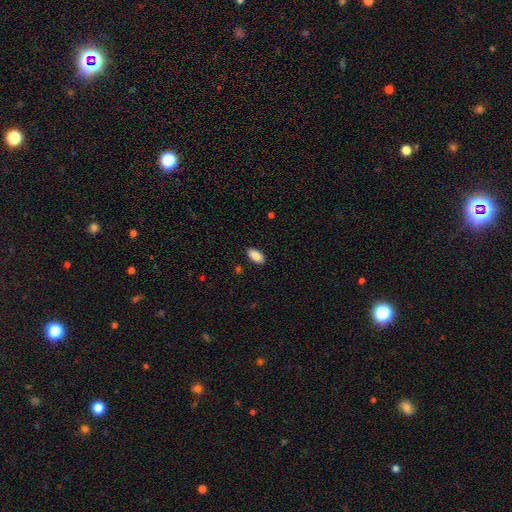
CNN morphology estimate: Smooth or featured?
  - smooth: 89% *
  - star or artifact: 7%
  - featured or disk: 4%
How rounded?
  - in between: 93% *
  - cigar-shaped: 4%
  - round: 2%
Merging?
  - none: 89% *
  - minor disturbance: 8%
  - major disturbance: 2%
  - merger: 1%